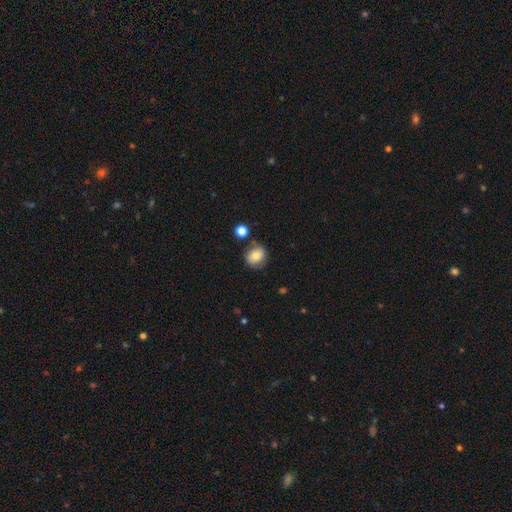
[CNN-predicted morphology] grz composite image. It shows a smooth galaxy with no disk features (73%) that is round (80%). Merging: none (71%).